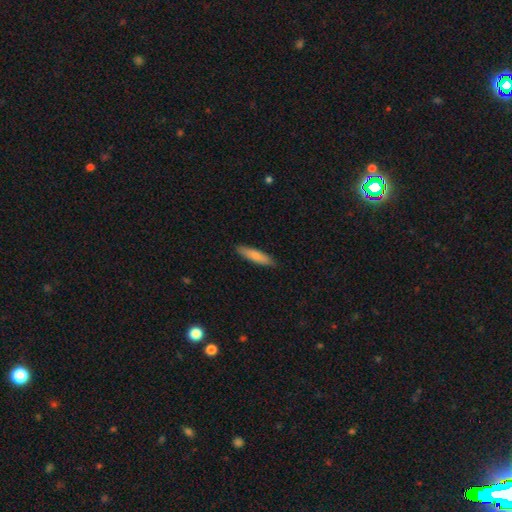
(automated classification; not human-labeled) Morphology: type=smooth (81%); roundness=cigar-shaped (75%); merging=none (88%).